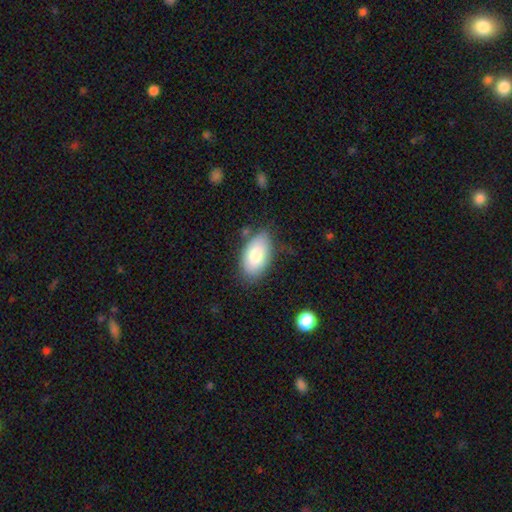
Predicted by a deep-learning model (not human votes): Q: Smooth or featured?
A: smooth (79%); runner-up: featured or disk (14%)
Q: How rounded?
A: in between (94%); runner-up: round (4%)
Q: Merging?
A: none (72%); runner-up: minor disturbance (19%)